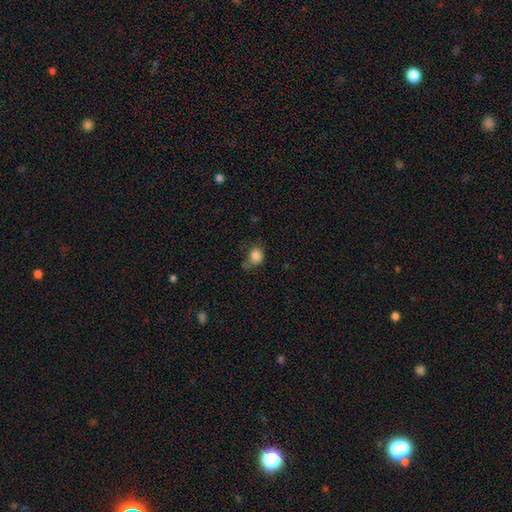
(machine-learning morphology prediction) smooth_or_featured: smooth (p=0.84) [alt: star or artifact p=0.11]
how_rounded: round (p=0.71) [alt: in between p=0.28]
merging: none (p=0.53) [alt: minor disturbance p=0.31]